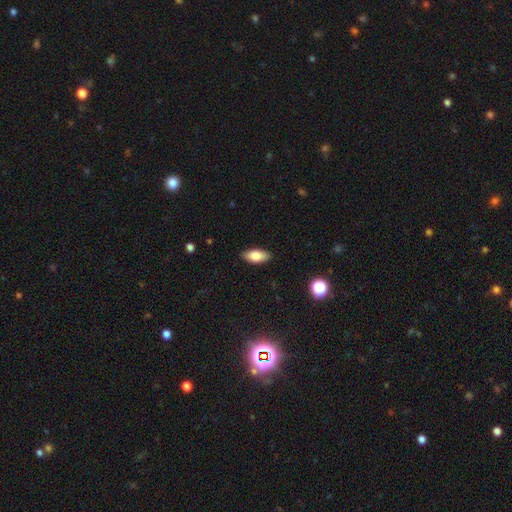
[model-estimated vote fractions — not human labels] A smooth galaxy with no disk features (81%) that is in between round and cigar-shaped (87%). Merging: none (88%).